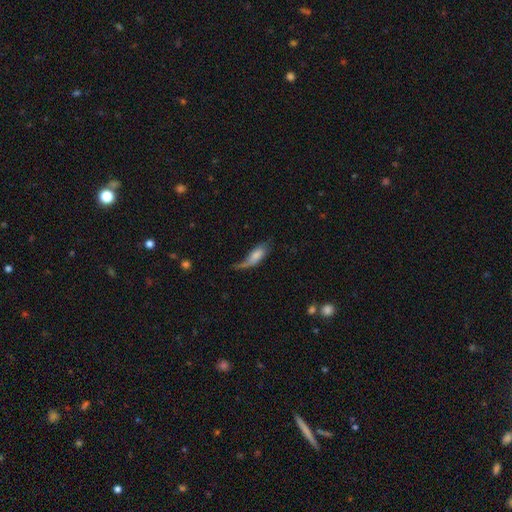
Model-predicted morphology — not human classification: type=smooth (61%); roundness=in between (68%); merging=major disturbance (35%).